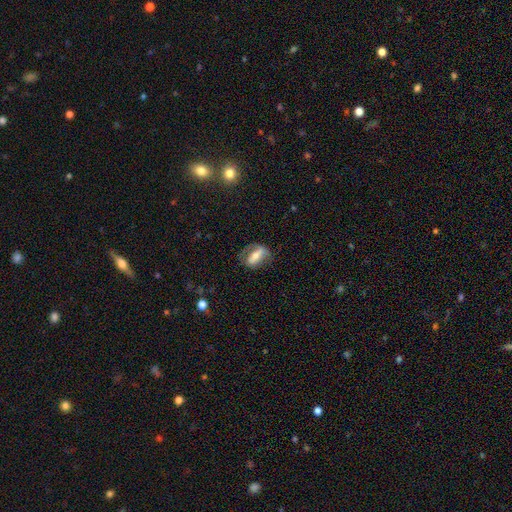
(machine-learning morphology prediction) featured or disk 53%, smooth 39%, star or artifact 7%. Down the decision tree: edge-on disk — no (85%); merging — none (57%).